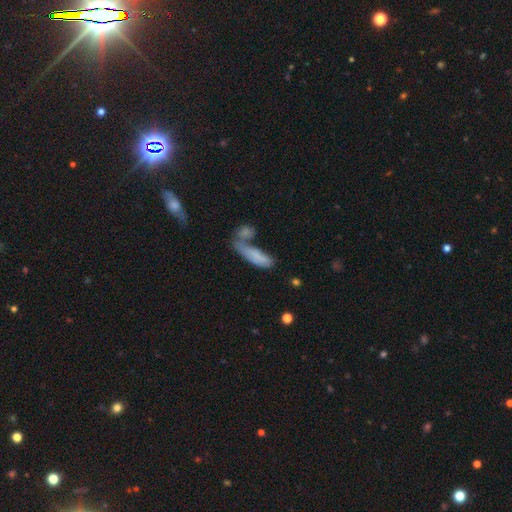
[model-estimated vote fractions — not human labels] This is likely a smooth galaxy (71%). How rounded: possibly cigar-shaped (54%). Merging: marginally merger (40%).